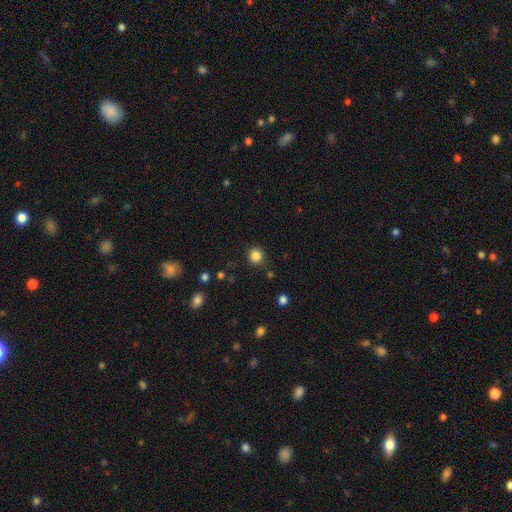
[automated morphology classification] A smooth galaxy with no disk features (85%) that is round (92%). Merging: none (87%).